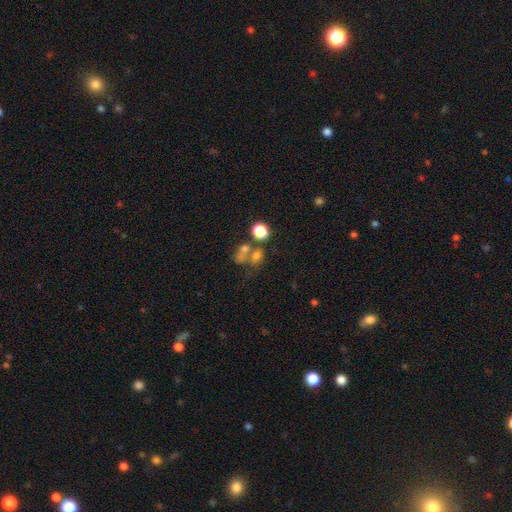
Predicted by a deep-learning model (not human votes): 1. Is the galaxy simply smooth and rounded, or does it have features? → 61% smooth, 22% star or artifact, 18% featured or disk.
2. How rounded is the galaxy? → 61% round, 37% in between, 2% cigar-shaped.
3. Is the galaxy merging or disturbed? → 45% merger, 34% none, 11% major disturbance, 10% minor disturbance.